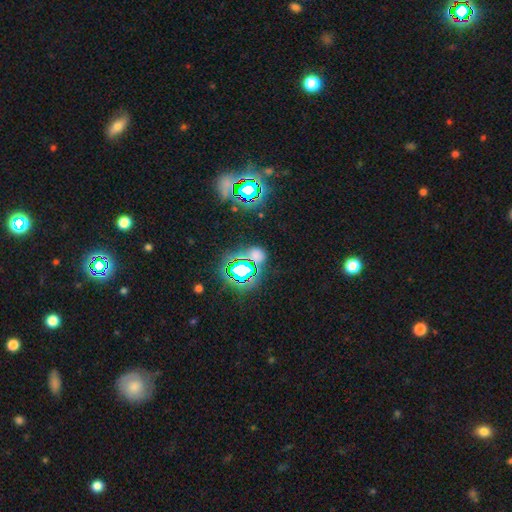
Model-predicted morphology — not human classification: Smooth or featured: star or artifact — 61% (smooth — 30%)